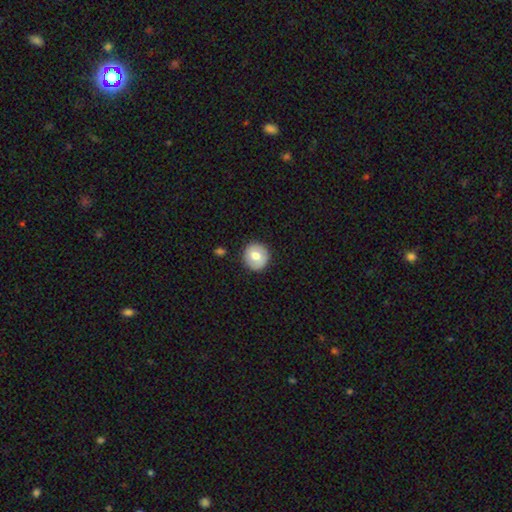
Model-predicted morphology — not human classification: Smooth or featured?
  - smooth: 71% *
  - featured or disk: 21%
  - star or artifact: 7%
How rounded?
  - round: 93% *
  - in between: 6%
  - cigar-shaped: 1%
Merging?
  - none: 89% *
  - minor disturbance: 7%
  - major disturbance: 2%
  - merger: 1%